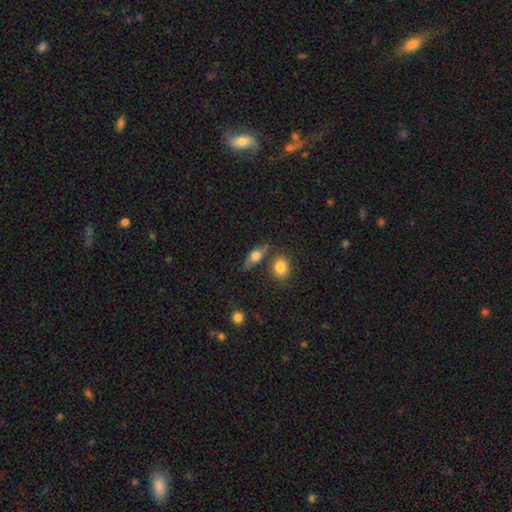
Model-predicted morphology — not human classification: smooth_or_featured: smooth (p=0.59) [alt: featured or disk p=0.33]
how_rounded: in between (p=0.66) [alt: cigar-shaped p=0.24]
merging: none (p=0.69) [alt: minor disturbance p=0.15]